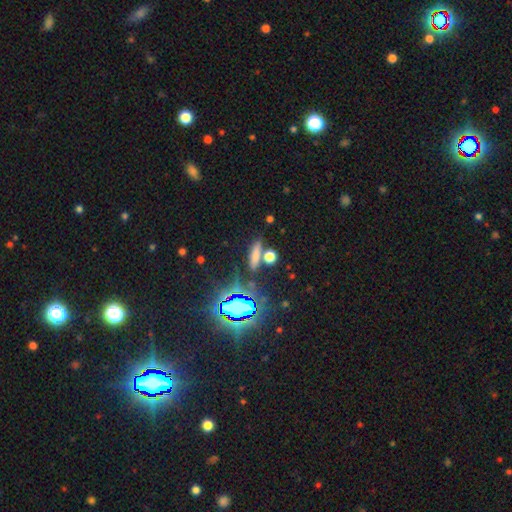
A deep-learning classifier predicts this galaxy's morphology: type=smooth (65%); roundness=cigar-shaped (57%); merging=none (71%).